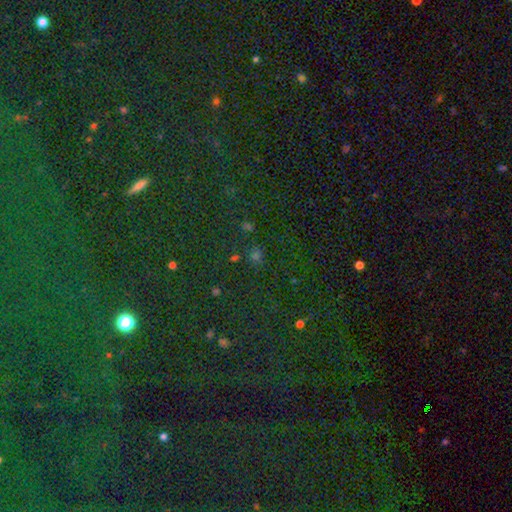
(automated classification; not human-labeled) Overall: star or artifact (52%; smooth 40%).